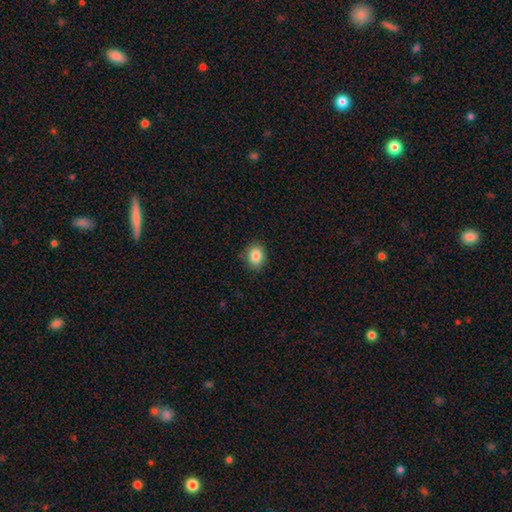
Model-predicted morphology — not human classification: type=smooth (85%); roundness=round (51%); merging=none (83%).